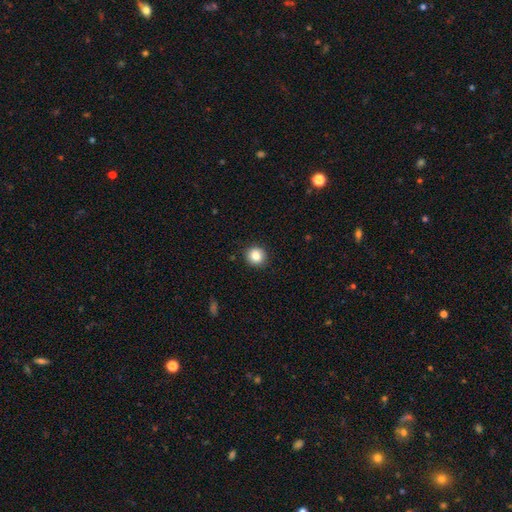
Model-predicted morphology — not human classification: type=smooth (86%); roundness=round (92%); merging=none (91%).